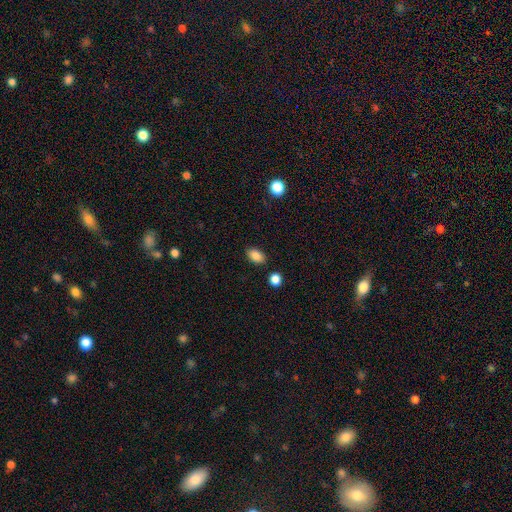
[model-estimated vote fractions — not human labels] smooth_or_featured: smooth (p=0.86) [alt: star or artifact p=0.09]
how_rounded: in between (p=0.89) [alt: round p=0.10]
merging: none (p=0.86) [alt: minor disturbance p=0.09]